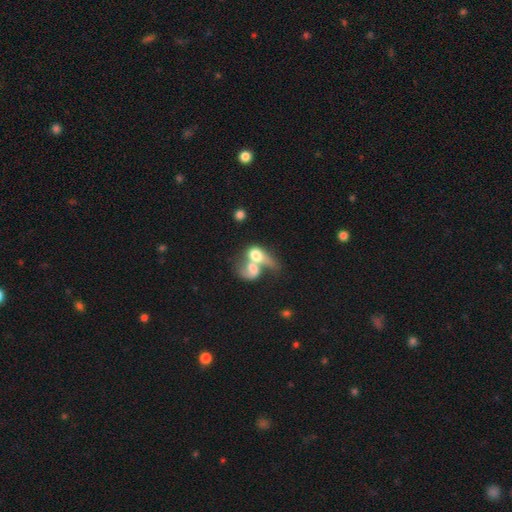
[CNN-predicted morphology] Smooth or featured? smooth (46%, tied with featured or disk)
Merging? merger (78%)